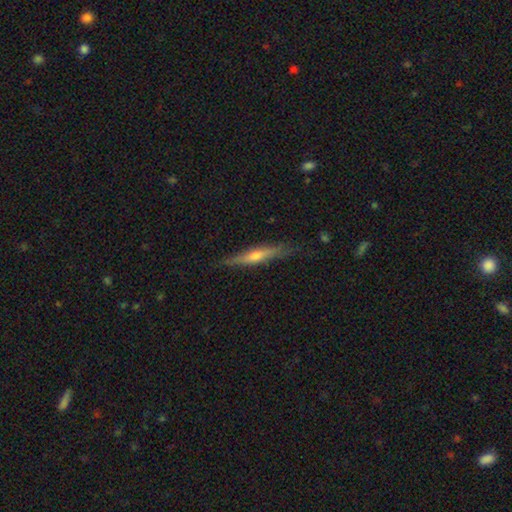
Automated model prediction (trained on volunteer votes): Smooth or featured: featured or disk — 59% (smooth — 35%)
Edge-on disk: yes — 94% (no — 6%)
Edge-on bulge: rounded — 77% (none — 16%)
Merging: none — 83% (minor disturbance — 13%)